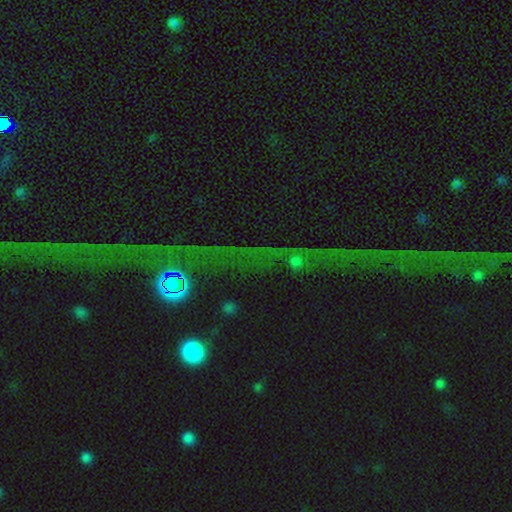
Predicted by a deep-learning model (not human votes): Smooth or featured? Predicted: star or artifact (p=0.74).